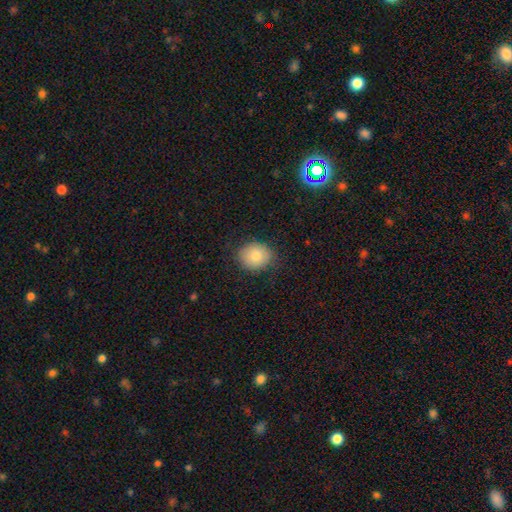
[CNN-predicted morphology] This is clearly a smooth galaxy (81%). How rounded: likely round (68%). Merging: clearly none (82%).